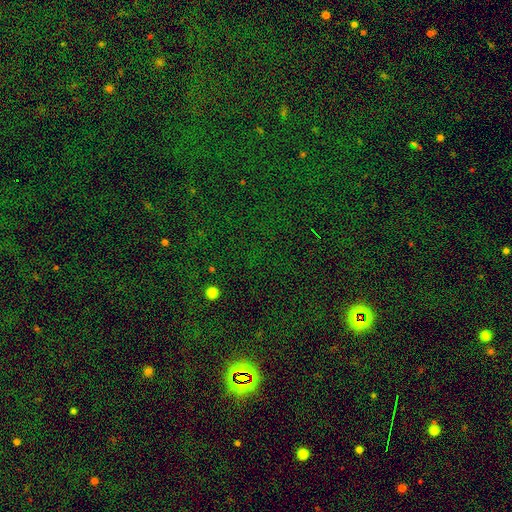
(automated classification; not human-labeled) The model was most divided on "smooth or featured": star or artifact: 81%, smooth: 12%, featured or disk: 7%.